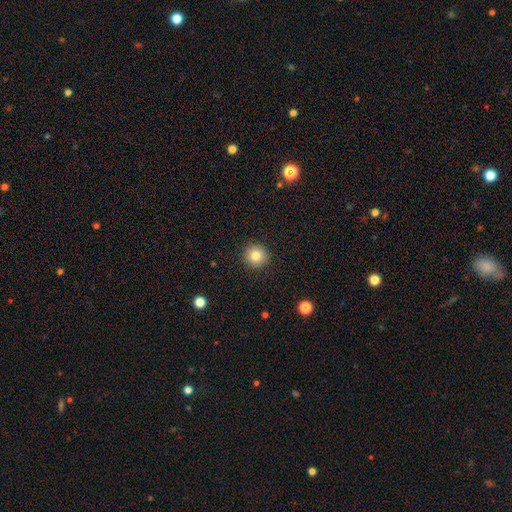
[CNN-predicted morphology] Q: Smooth or featured?
A: smooth (82%); runner-up: star or artifact (11%)
Q: How rounded?
A: round (94%); runner-up: in between (5%)
Q: Merging?
A: none (92%); runner-up: minor disturbance (5%)